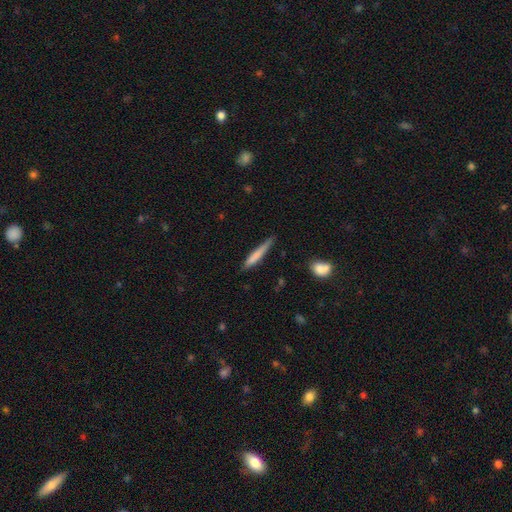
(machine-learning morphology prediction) This is likely a smooth galaxy (71%). How rounded: clearly cigar-shaped (94%). Merging: likely none (74%).